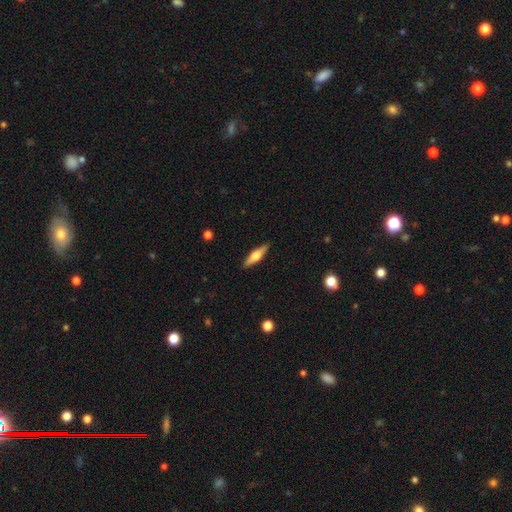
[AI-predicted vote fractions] smooth_or_featured: featured or disk (p=0.54) [alt: smooth p=0.41]
disk_edge_on: yes (p=0.95) [alt: no p=0.05]
edge_on_bulge: rounded (p=0.92) [alt: boxy p=0.05]
merging: none (p=0.90) [alt: minor disturbance p=0.07]